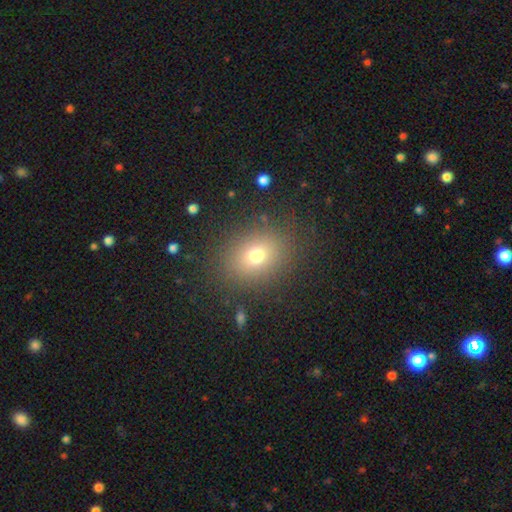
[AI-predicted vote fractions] smooth-or-featured: smooth: 71% | star or artifact: 17% | featured or disk: 12%
  how-rounded: round: 55% | in between: 44% | cigar-shaped: 1%
  merging: none: 84% | minor disturbance: 9% | major disturbance: 5% | merger: 2%